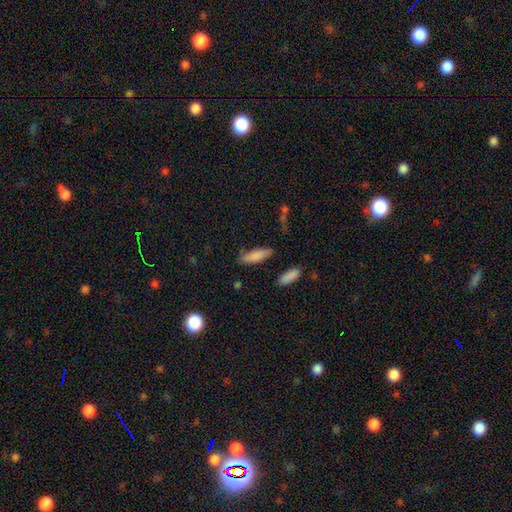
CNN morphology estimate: smooth 80%, featured or disk 13%, star or artifact 7%. Down the decision tree: how rounded — cigar-shaped (55%); merging — none (78%).